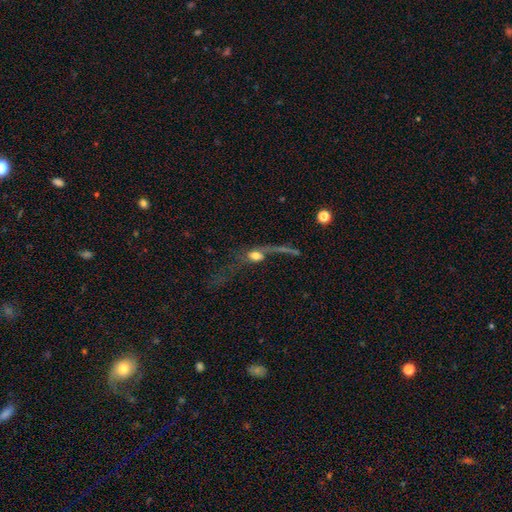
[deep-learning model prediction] featured or disk 44%, smooth 41%, star or artifact 15%. Down the decision tree: merging — major disturbance (44%).